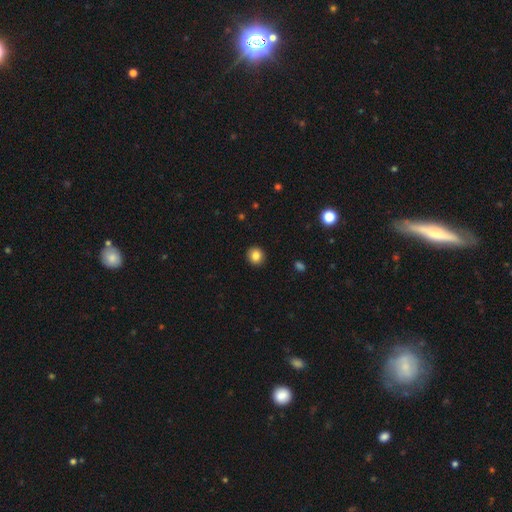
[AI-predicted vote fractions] This is clearly a smooth galaxy (85%). How rounded: clearly round (89%). Merging: clearly none (92%).